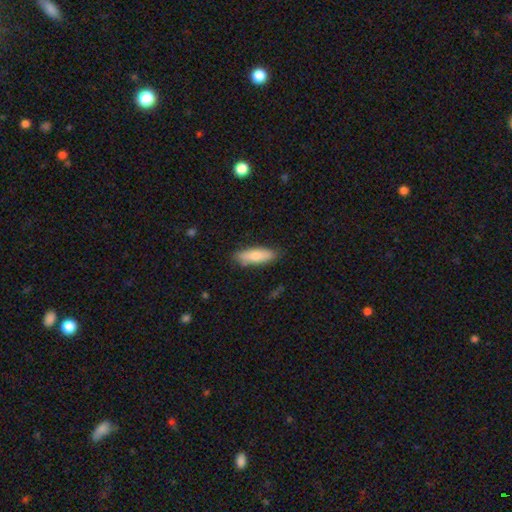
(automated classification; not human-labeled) Morphology: type=smooth (77%); roundness=in between (55%); merging=none (80%).